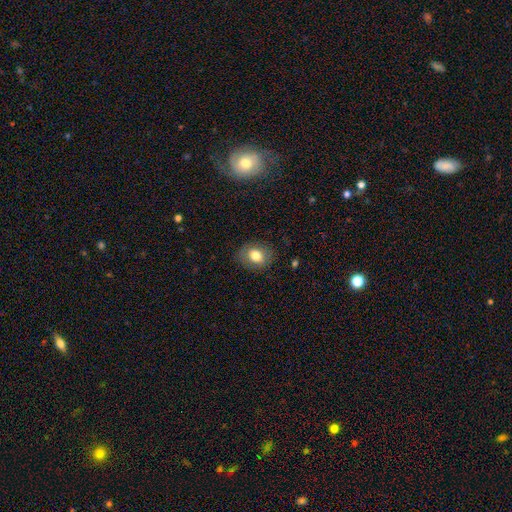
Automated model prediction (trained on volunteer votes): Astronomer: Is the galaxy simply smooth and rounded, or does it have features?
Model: smooth — 77%.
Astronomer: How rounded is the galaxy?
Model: in between — 50% (runner-up: round, 49%).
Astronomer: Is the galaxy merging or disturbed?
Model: none — 82%.